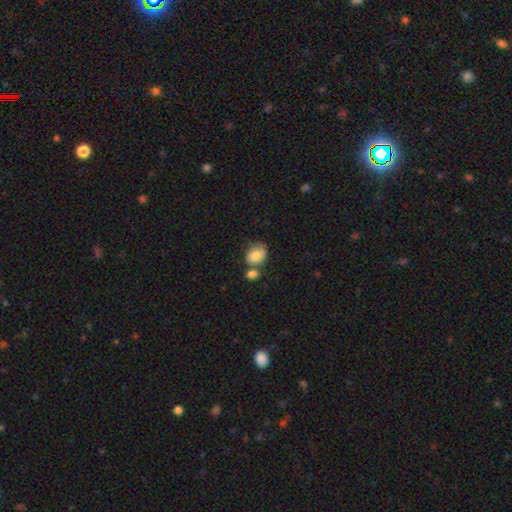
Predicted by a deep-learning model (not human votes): The model was most divided on "merging": none: 40%, merger: 35%, minor disturbance: 18%, major disturbance: 6%. More confident: smooth or featured — smooth (78%); how rounded — in between (56%).